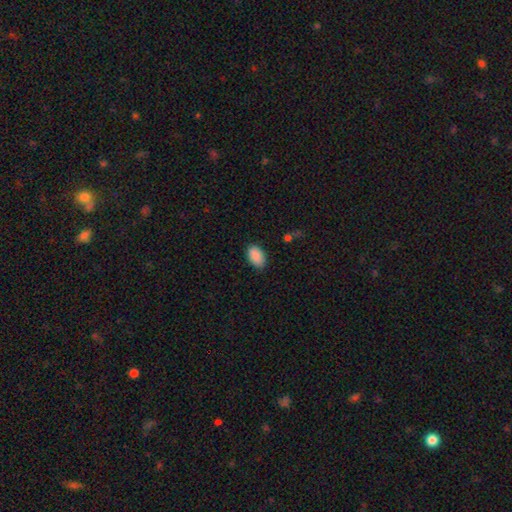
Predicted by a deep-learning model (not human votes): Morphology: type=smooth (90%); roundness=in between (93%); merging=none (85%).